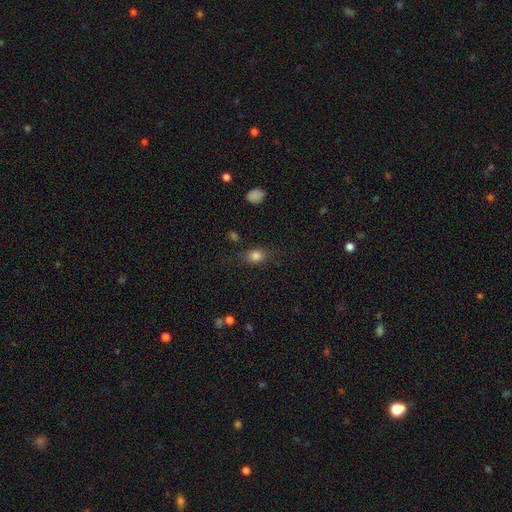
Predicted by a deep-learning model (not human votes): A smooth galaxy with no disk features (80%) that is in between round and cigar-shaped (55%).

Vote fractions:
- Smooth or featured? smooth: 80% / star or artifact: 11% / featured or disk: 9%
- How rounded? in between: 55% / round: 41% / cigar-shaped: 4%
- Merging? none: 73% / minor disturbance: 17% / major disturbance: 8% / merger: 2%